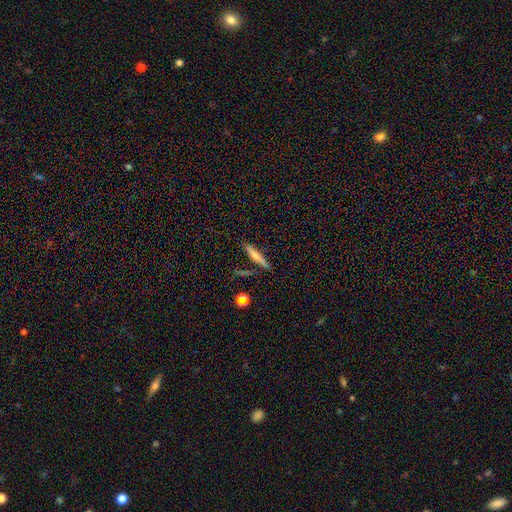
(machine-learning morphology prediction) smooth 68%, featured or disk 24%, star or artifact 8%. Down the decision tree: how rounded — cigar-shaped (90%); merging — none (78%).